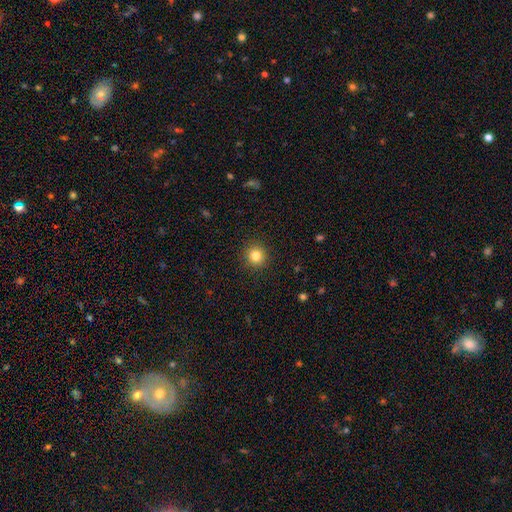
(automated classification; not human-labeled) Smooth or featured? Predicted: smooth (p=0.83). How rounded? Predicted: round (p=0.93). Merging? Predicted: none (p=0.92).